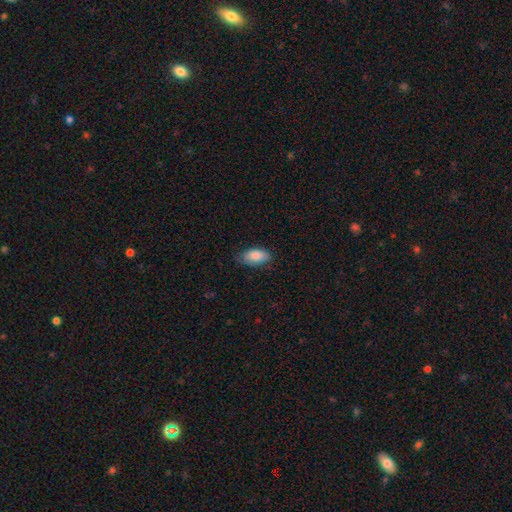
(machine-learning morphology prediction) A smooth galaxy with no disk features (87%) that is in between round and cigar-shaped (93%). Merging: none (75%).